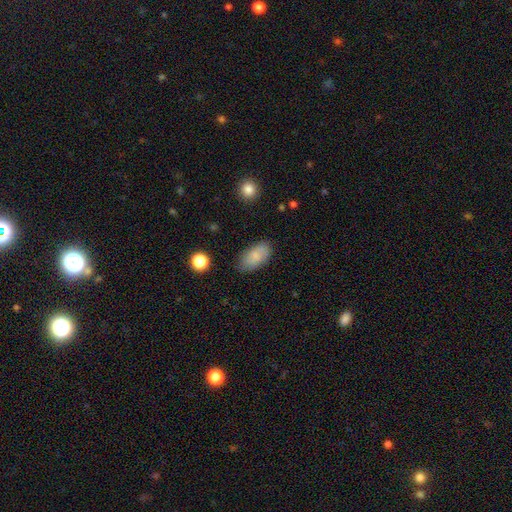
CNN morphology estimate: Overall: smooth (79%). How rounded: in between (93%). Merging: none (80%).